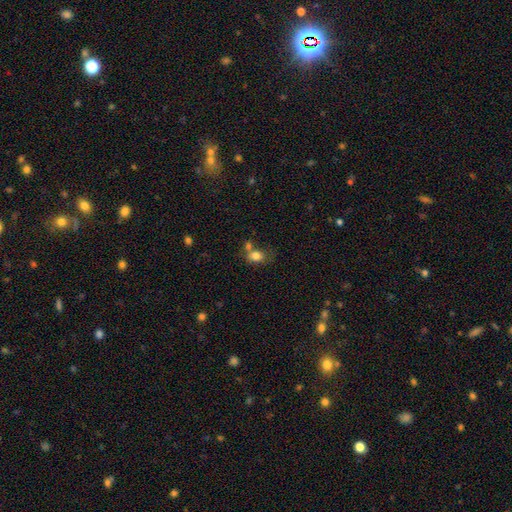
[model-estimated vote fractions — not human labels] smooth_or_featured: smooth (p=0.79) [alt: featured or disk p=0.11]
how_rounded: in between (p=0.61) [alt: round p=0.38]
merging: none (p=0.40) [alt: merger p=0.35]